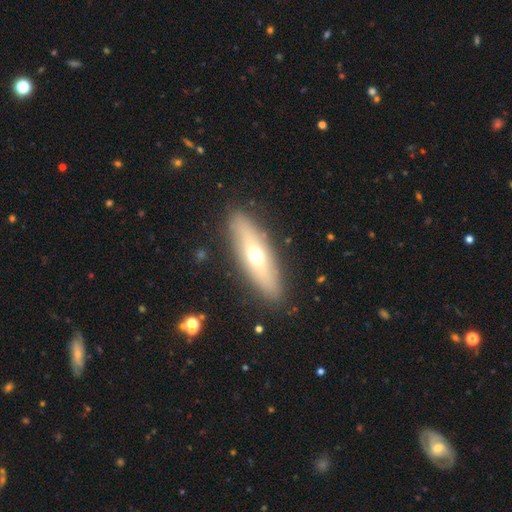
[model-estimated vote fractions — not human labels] Morphology: type=smooth (51%); roundness=cigar-shaped (53%); merging=none (88%).